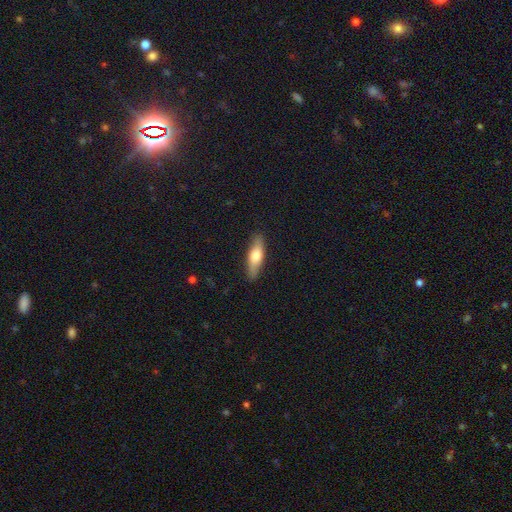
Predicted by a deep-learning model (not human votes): A smooth galaxy with no disk features (63%) that is cigar-shaped (57%).

Vote fractions:
- Smooth or featured? smooth: 63% / featured or disk: 31% / star or artifact: 6%
- How rounded? cigar-shaped: 57% / in between: 40% / round: 3%
- Merging? none: 87% / minor disturbance: 10% / major disturbance: 2% / merger: 1%